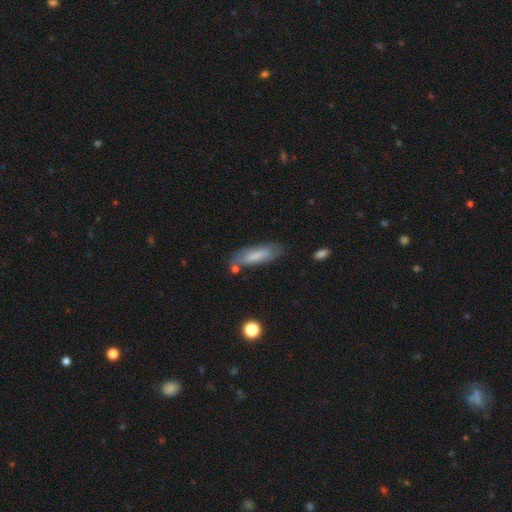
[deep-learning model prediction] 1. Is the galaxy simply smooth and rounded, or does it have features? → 71% smooth, 22% featured or disk, 7% star or artifact.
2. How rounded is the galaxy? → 55% cigar-shaped, 44% in between, 2% round.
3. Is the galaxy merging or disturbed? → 67% none, 20% minor disturbance, 7% merger, 6% major disturbance.